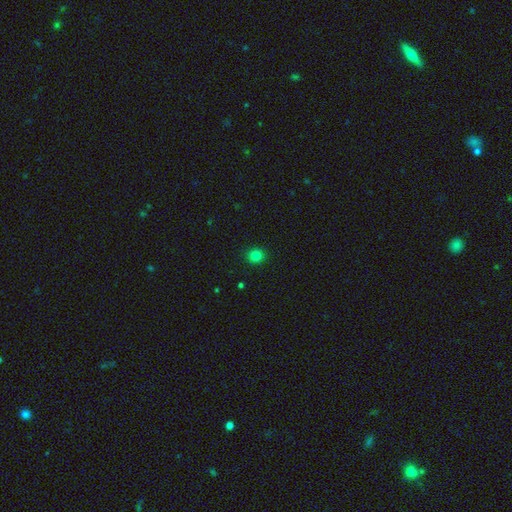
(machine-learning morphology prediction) A smooth galaxy with no disk features (82%) that is round (90%). Merging: none (92%).